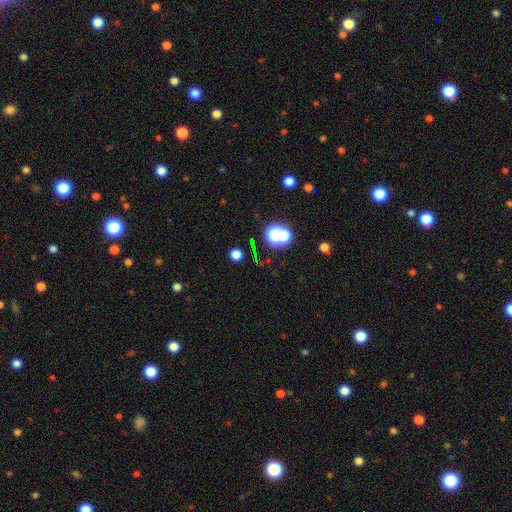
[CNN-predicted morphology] type=smooth (47%); merging=none (77%).